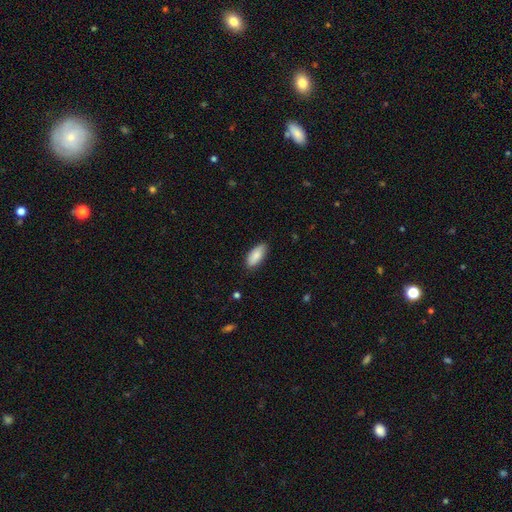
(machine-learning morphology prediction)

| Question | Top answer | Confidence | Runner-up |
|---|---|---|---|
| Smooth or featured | smooth | 87% | featured or disk (7%) |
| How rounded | in between | 86% | cigar-shaped (12%) |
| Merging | none | 85% | minor disturbance (12%) |